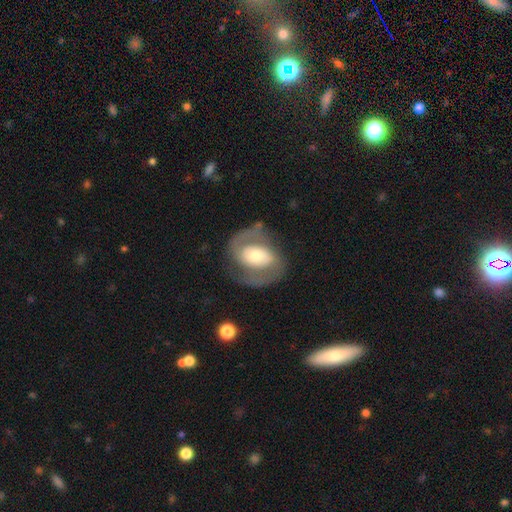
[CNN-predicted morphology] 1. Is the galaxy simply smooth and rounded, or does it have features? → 79% featured or disk, 16% smooth, 5% star or artifact.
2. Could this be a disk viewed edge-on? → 97% no, 3% yes.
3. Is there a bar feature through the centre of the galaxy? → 54% no, 30% weak, 16% strong.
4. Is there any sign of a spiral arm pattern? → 85% yes, 15% no.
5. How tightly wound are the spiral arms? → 48% medium, 32% tight, 20% loose.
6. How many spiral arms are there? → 85% 2, 7% can't tell, 5% 1, 1% 3, 1% 4, 1% more than 4.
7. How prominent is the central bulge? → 59% moderate, 25% small, 13% large, 2% dominant, 1% none.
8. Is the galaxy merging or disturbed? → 64% none, 18% minor disturbance, 15% major disturbance, 2% merger.